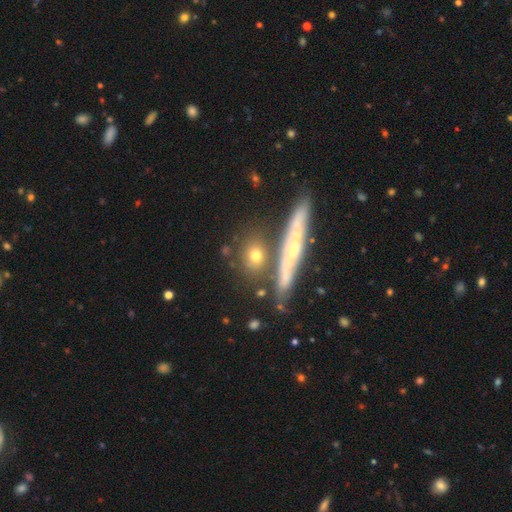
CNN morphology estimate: Smooth or featured: smooth — 67% (featured or disk — 23%)
How rounded: round — 53% (in between — 29%)
Merging: none — 70% (minor disturbance — 13%)